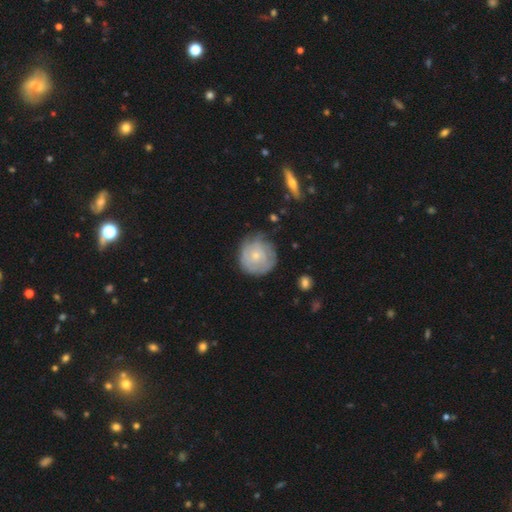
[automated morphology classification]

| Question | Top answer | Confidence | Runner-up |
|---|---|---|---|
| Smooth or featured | featured or disk | 60% | smooth (33%) |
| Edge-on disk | no | 97% | yes (3%) |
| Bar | no | 83% | weak (15%) |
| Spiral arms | yes | 78% | no (22%) |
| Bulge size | small | 74% | moderate (21%) |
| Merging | none | 68% | minor disturbance (22%) |